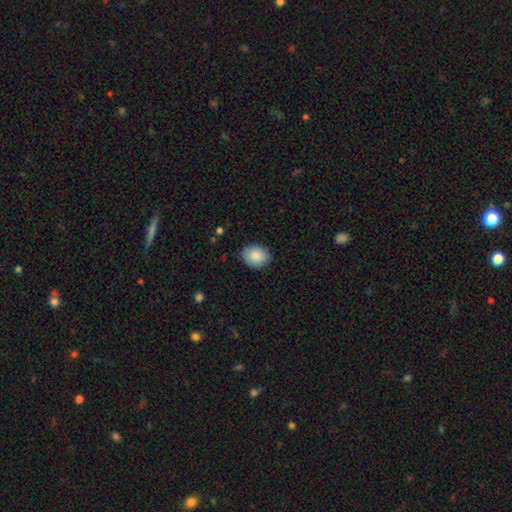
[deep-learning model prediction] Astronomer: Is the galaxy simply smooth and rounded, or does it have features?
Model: smooth — 88%.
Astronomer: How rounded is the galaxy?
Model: in between — 56% (runner-up: round, 43%).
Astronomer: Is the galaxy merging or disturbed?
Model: none — 87%.